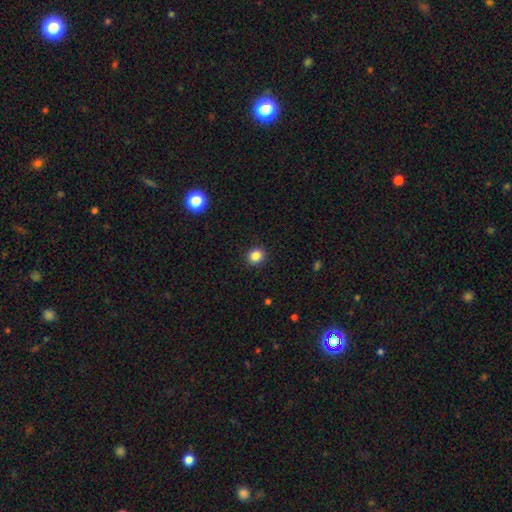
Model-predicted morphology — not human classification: smooth-or-featured: smooth: 85% | star or artifact: 11% | featured or disk: 4%
  how-rounded: round: 82% | in between: 17% | cigar-shaped: 1%
  merging: none: 92% | minor disturbance: 6% | major disturbance: 2% | merger: 1%